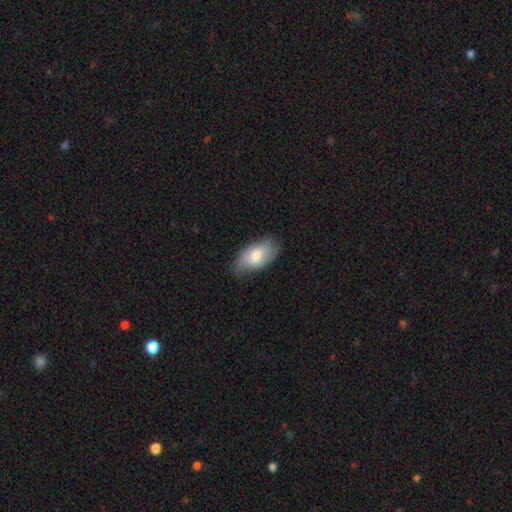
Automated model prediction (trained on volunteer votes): Overall: smooth (67%). How rounded: in between (93%). Merging: none (69%).